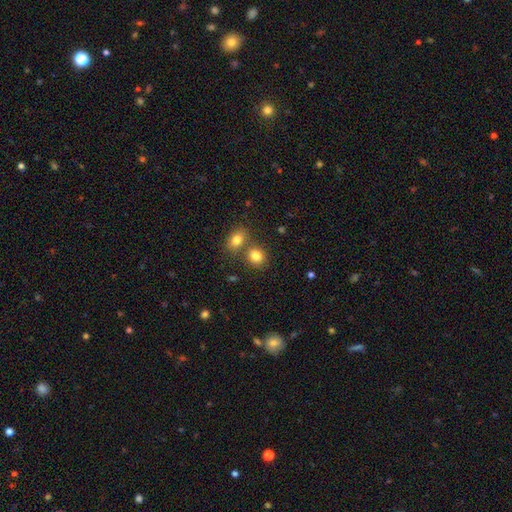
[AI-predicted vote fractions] This appears to be a smooth galaxy with no disk features (82%) that is round (67%). Merging: none (58%).